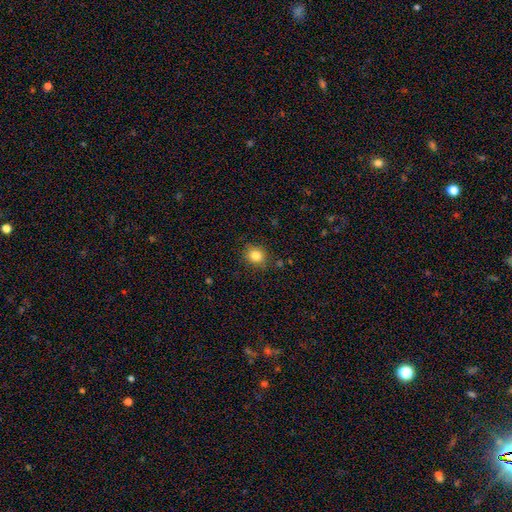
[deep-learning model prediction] Morphology: type=smooth (83%); roundness=round (75%); merging=none (85%).